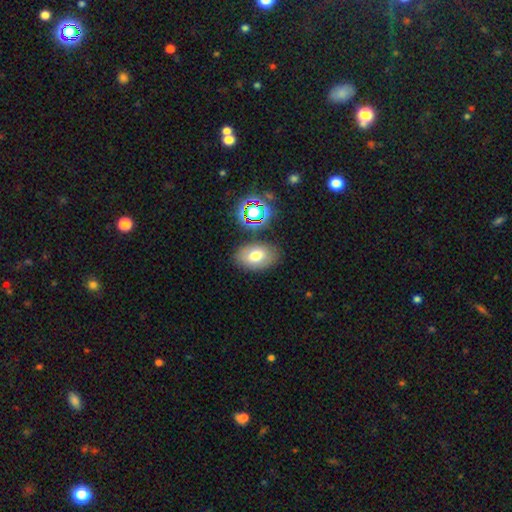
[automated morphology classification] Smooth or featured? Predicted: smooth (p=0.69). How rounded? Predicted: in between (p=0.84). Merging? Predicted: none (p=0.80).